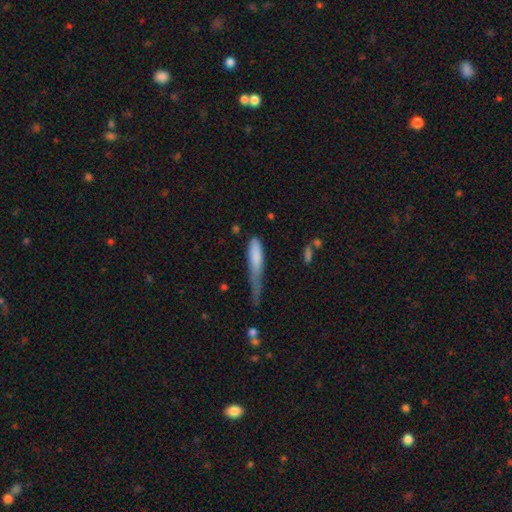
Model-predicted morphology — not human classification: Smooth or featured: smooth — 75% (featured or disk — 17%)
How rounded: cigar-shaped — 73% (in between — 25%)
Merging: major disturbance — 39% (minor disturbance — 35%)